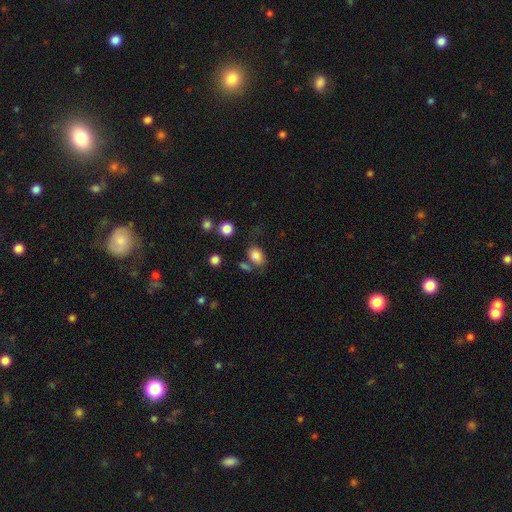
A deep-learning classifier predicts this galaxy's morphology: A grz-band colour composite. It shows a smooth galaxy with no disk features (81%) that is in between round and cigar-shaped (76%). Merging: none (57%).